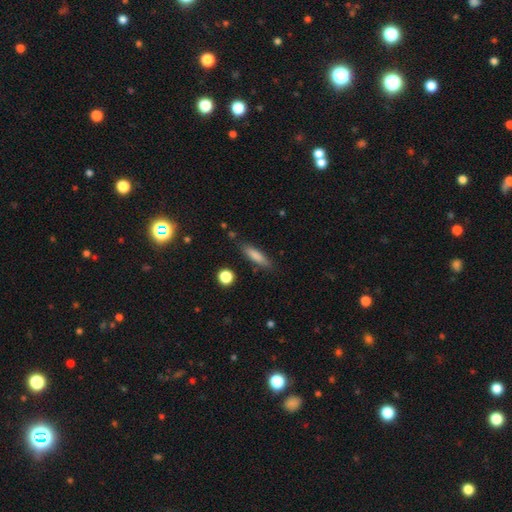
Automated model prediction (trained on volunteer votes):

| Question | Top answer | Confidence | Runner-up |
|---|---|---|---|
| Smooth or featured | smooth | 81% | featured or disk (12%) |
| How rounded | cigar-shaped | 70% | in between (28%) |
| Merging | none | 82% | minor disturbance (12%) |